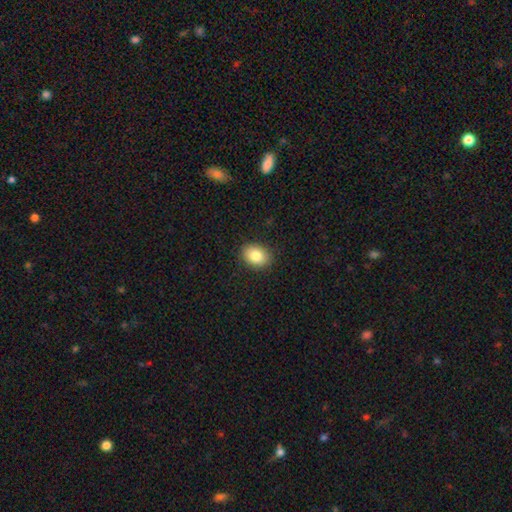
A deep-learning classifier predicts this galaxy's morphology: Q: Smooth or featured?
A: smooth (84%); runner-up: star or artifact (8%)
Q: How rounded?
A: in between (68%); runner-up: round (31%)
Q: Merging?
A: none (89%); runner-up: minor disturbance (8%)